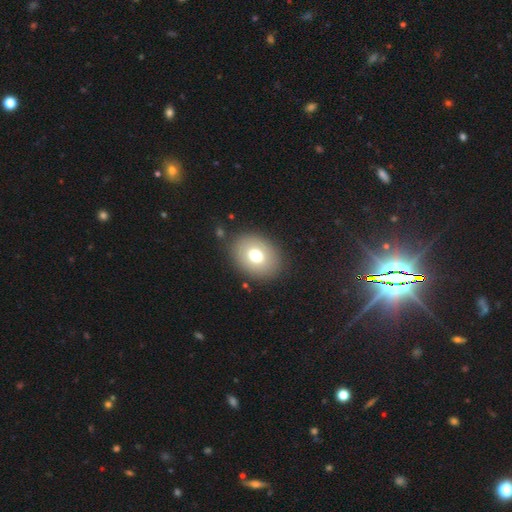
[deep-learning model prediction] A smooth galaxy with no disk features (72%) that is in between round and cigar-shaped (61%). Merging: none (87%).